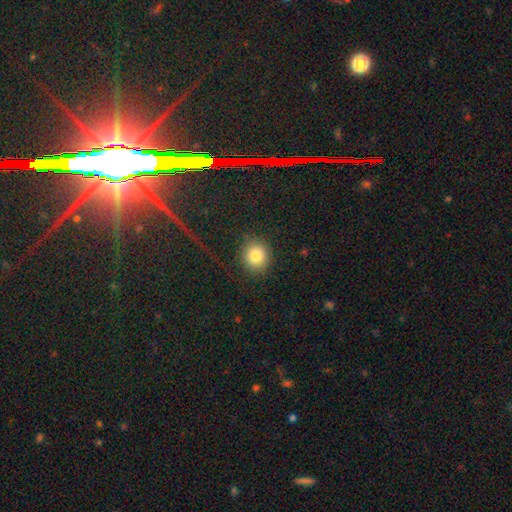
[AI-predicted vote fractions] Smooth or featured? smooth (83%)
How rounded? round (86%)
Merging? none (86%)